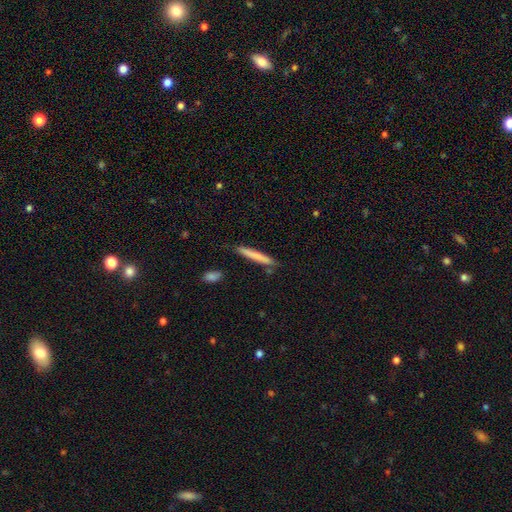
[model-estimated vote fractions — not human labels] A smooth galaxy with no disk features (74%) that is cigar-shaped (96%). Merging: none (84%).